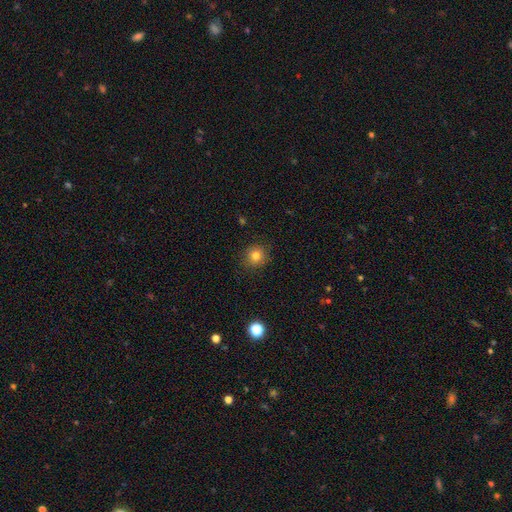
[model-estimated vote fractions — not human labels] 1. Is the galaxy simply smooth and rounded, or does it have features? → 80% smooth, 13% star or artifact, 7% featured or disk.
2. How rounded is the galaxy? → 91% round, 8% in between, 1% cigar-shaped.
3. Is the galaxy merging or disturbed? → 88% none, 8% minor disturbance, 2% major disturbance, 1% merger.